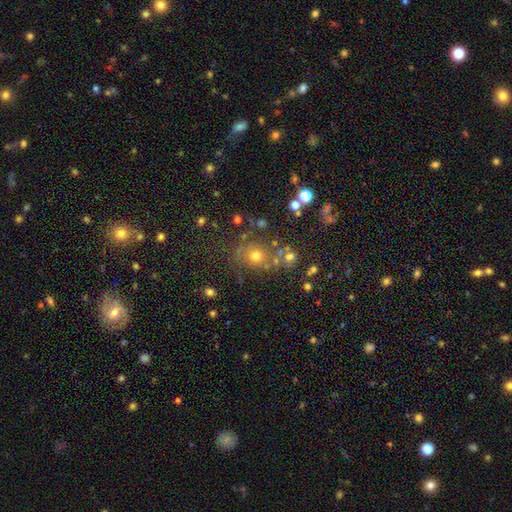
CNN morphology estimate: Smooth or featured?
  - smooth: 62% *
  - star or artifact: 24%
  - featured or disk: 14%
How rounded?
  - round: 77% *
  - in between: 22%
  - cigar-shaped: 1%
Merging?
  - none: 70% *
  - minor disturbance: 13%
  - merger: 10%
  - major disturbance: 7%